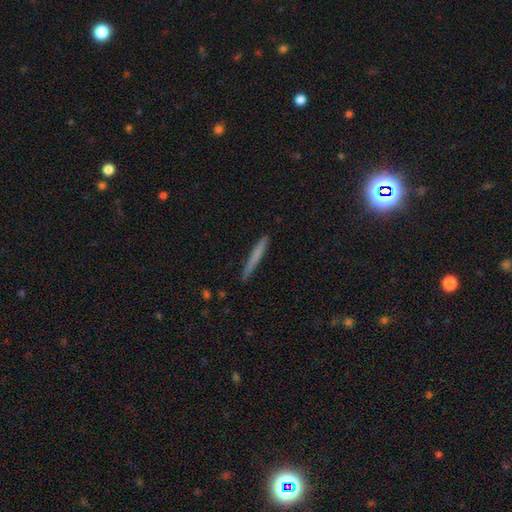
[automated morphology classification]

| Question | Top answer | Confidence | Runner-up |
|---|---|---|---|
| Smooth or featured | smooth | 65% | featured or disk (28%) |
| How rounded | cigar-shaped | 97% | in between (2%) |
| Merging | none | 89% | minor disturbance (8%) |